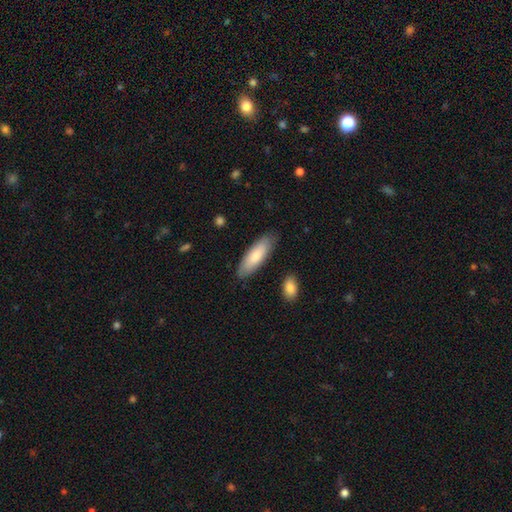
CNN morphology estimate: A smooth galaxy with no disk features (77%) that is in between round and cigar-shaped (57%).

Vote fractions:
- Smooth or featured? smooth: 77% / featured or disk: 18% / star or artifact: 5%
- How rounded? in between: 57% / cigar-shaped: 41% / round: 2%
- Merging? none: 84% / minor disturbance: 12% / major disturbance: 2% / merger: 2%